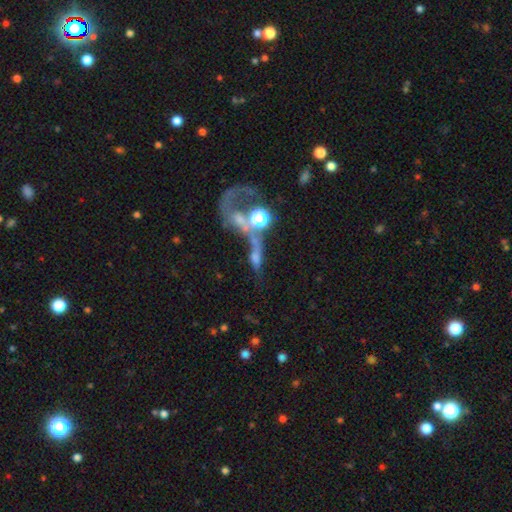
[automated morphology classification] Q: Smooth or featured?
A: smooth (40%); runner-up: featured or disk (38%)
Q: Merging?
A: merger (43%); runner-up: major disturbance (25%)